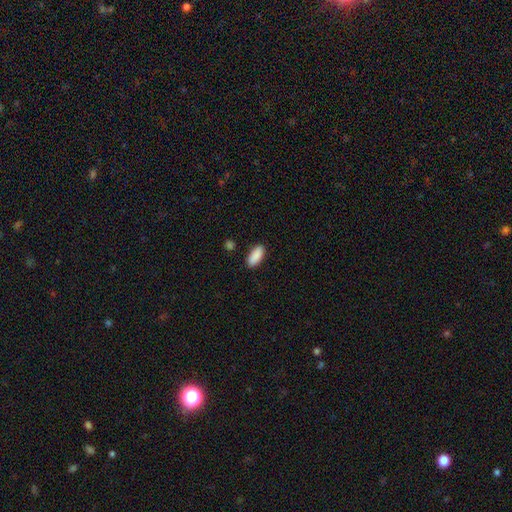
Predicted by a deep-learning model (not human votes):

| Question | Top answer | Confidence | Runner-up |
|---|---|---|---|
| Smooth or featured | smooth | 90% | star or artifact (6%) |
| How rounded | in between | 85% | cigar-shaped (13%) |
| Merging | none | 88% | minor disturbance (8%) |